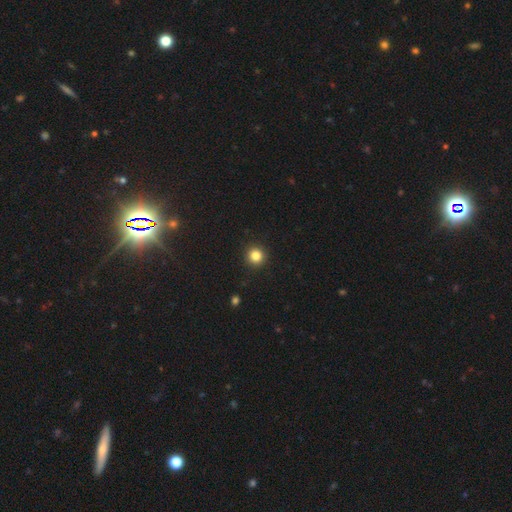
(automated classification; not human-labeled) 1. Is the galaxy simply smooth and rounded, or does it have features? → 84% smooth, 12% star or artifact, 5% featured or disk.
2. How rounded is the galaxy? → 95% round, 4% in between, 1% cigar-shaped.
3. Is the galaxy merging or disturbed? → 93% none, 5% minor disturbance, 2% major disturbance, 1% merger.